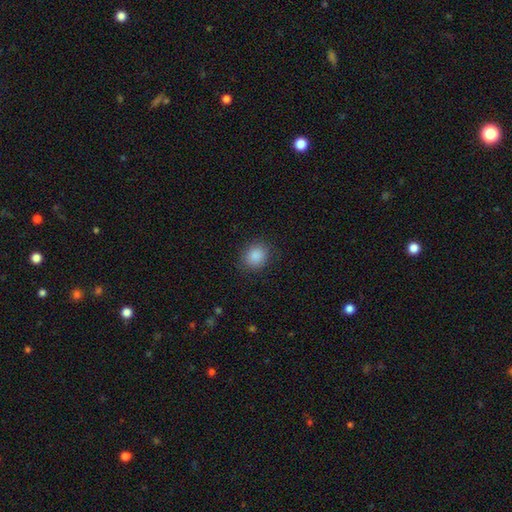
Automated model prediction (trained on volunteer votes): A smooth galaxy with no disk features (88%) that is round (70%). Merging: none (86%).